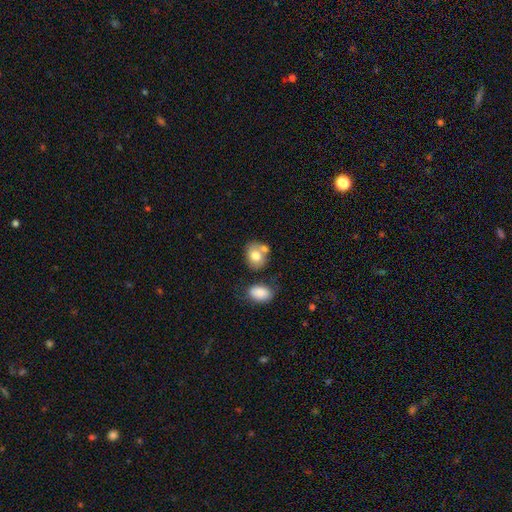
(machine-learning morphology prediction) A smooth galaxy with no disk features (75%) that is round (53%).

Vote fractions:
- Smooth or featured? smooth: 75% / featured or disk: 17% / star or artifact: 8%
- How rounded? round: 53% / in between: 46% / cigar-shaped: 1%
- Merging? none: 46% / merger: 32% / minor disturbance: 16% / major disturbance: 6%